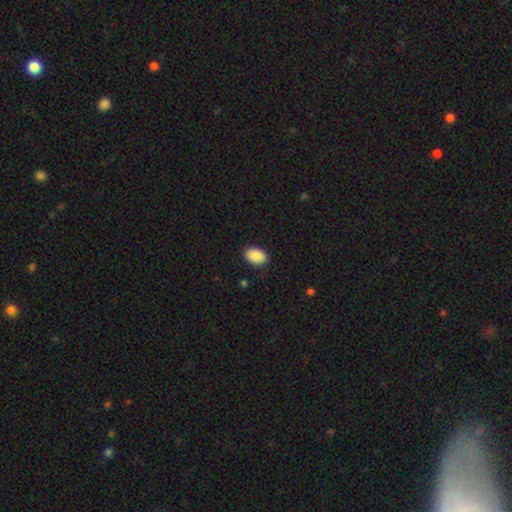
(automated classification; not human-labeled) A smooth galaxy with no disk features (91%) that is in between round and cigar-shaped (87%). Merging: none (89%).